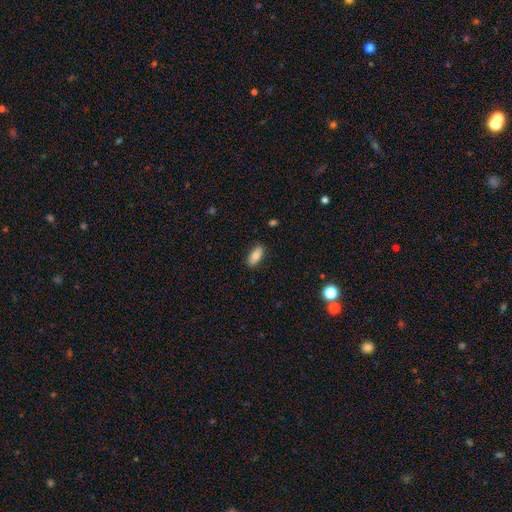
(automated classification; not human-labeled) This is likely a smooth galaxy (80%). How rounded: clearly in between (85%). Merging: clearly none (87%).